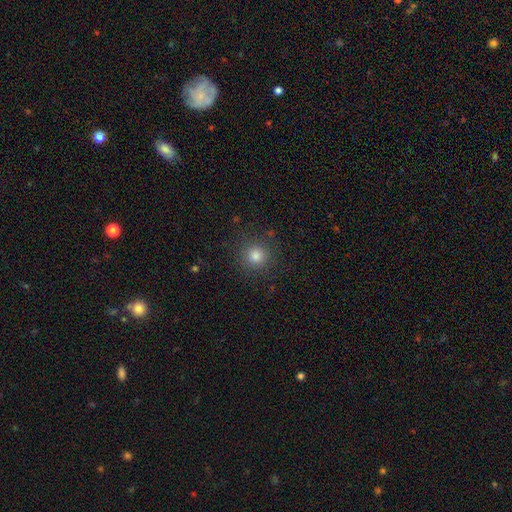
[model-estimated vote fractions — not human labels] A smooth galaxy with no disk features (81%) that is round (94%). Merging: none (88%).